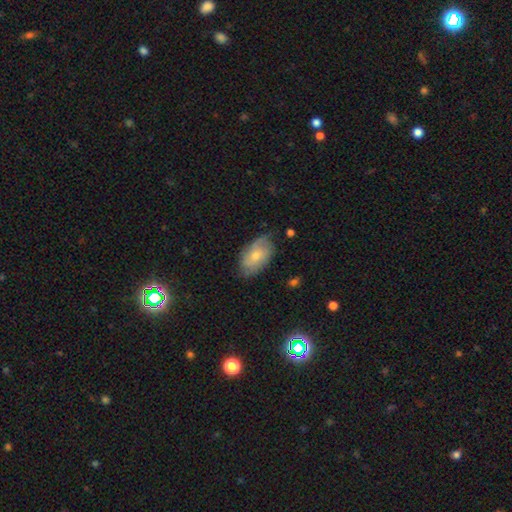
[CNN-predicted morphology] The model was most divided on "smooth or featured": smooth: 47%, featured or disk: 46%, star or artifact: 7%. More confident: merging — none (70%).